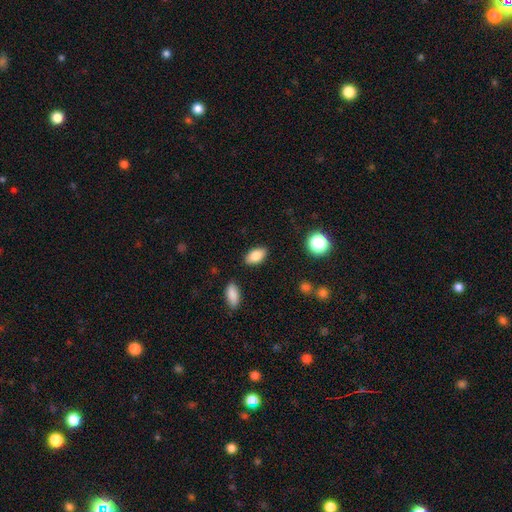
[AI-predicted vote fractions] smooth-or-featured: smooth: 84% | star or artifact: 8% | featured or disk: 8%
  how-rounded: in between: 91% | round: 5% | cigar-shaped: 4%
  merging: none: 86% | minor disturbance: 10% | major disturbance: 2% | merger: 2%